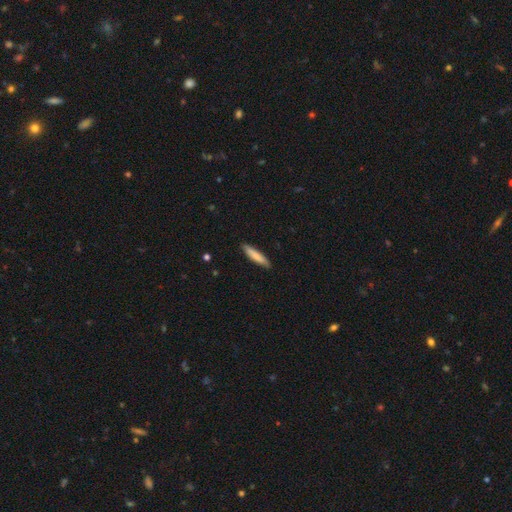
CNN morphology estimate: smooth-or-featured: smooth: 80% | featured or disk: 15% | star or artifact: 5%
  how-rounded: cigar-shaped: 86% | in between: 13% | round: 1%
  merging: none: 86% | minor disturbance: 11% | major disturbance: 2% | merger: 1%